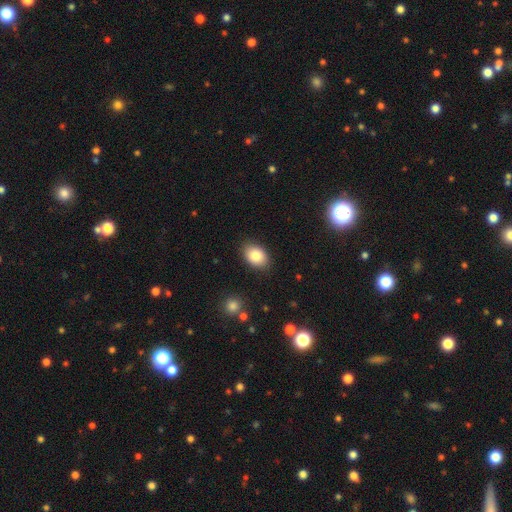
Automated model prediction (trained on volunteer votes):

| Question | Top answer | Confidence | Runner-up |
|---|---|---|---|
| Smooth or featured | smooth | 84% | star or artifact (8%) |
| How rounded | in between | 81% | round (18%) |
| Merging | none | 87% | minor disturbance (10%) |